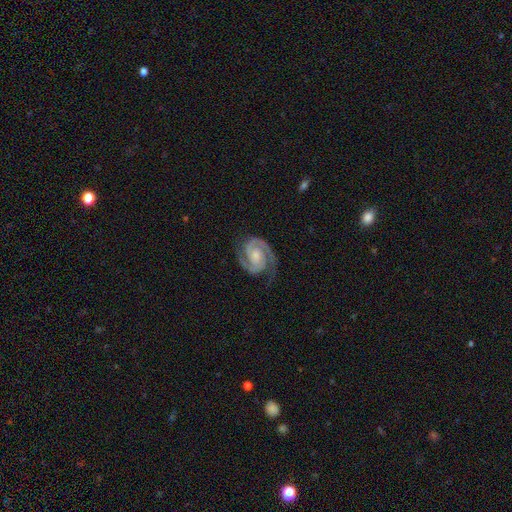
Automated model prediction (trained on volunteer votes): The model was most divided on "bulge size": moderate: 43%, small: 38%, none: 13%, large: 5%, dominant: 1%. More confident: spiral arms — yes (99%); edge-on disk — no (98%); smooth or featured — featured or disk (92%); spiral arm count — 2 (92%); merging — none (76%); bar — no (61%); spiral winding — tight (57%).